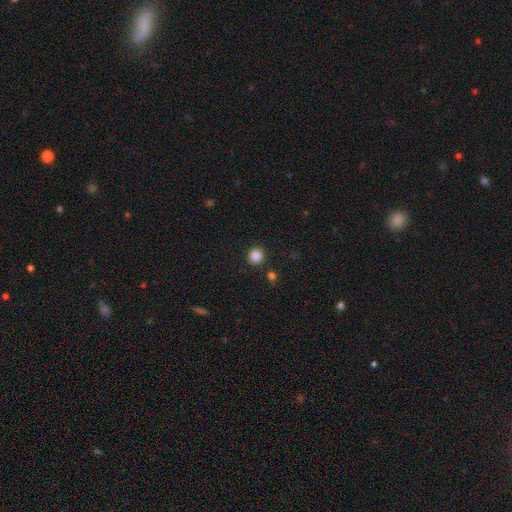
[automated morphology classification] Smooth or featured? Predicted: smooth (p=0.87). How rounded? Predicted: round (p=0.92). Merging? Predicted: none (p=0.90).